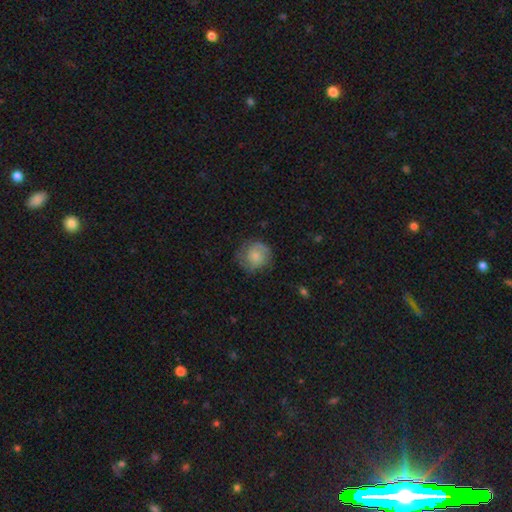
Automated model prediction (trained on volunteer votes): Morphology: type=smooth (64%); roundness=round (88%); merging=none (67%).